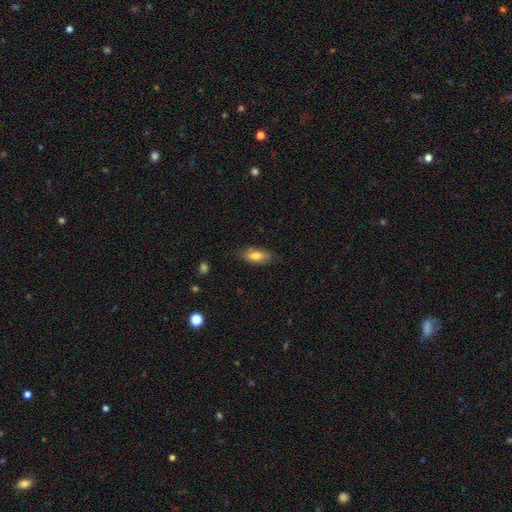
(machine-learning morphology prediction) Overall: smooth (74%). How rounded: in between (79%). Merging: none (79%).